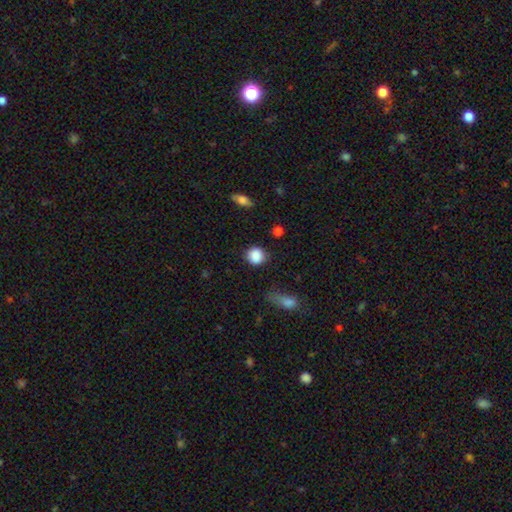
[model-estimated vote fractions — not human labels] Overall: smooth (87%). How rounded: round (86%). Merging: none (80%).